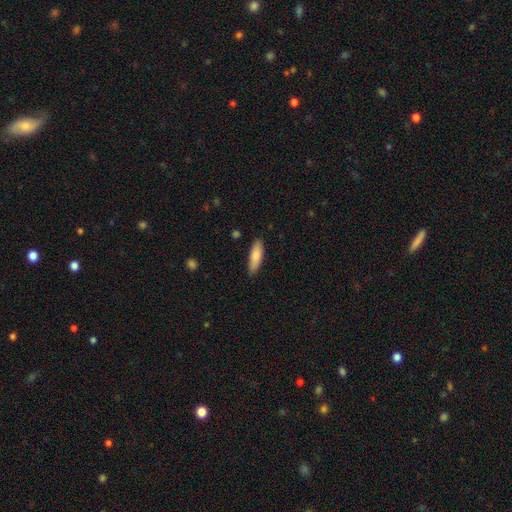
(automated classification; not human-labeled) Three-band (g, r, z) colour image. It shows a smooth galaxy with no disk features (83%) that is cigar-shaped (51%). Merging: none (86%).